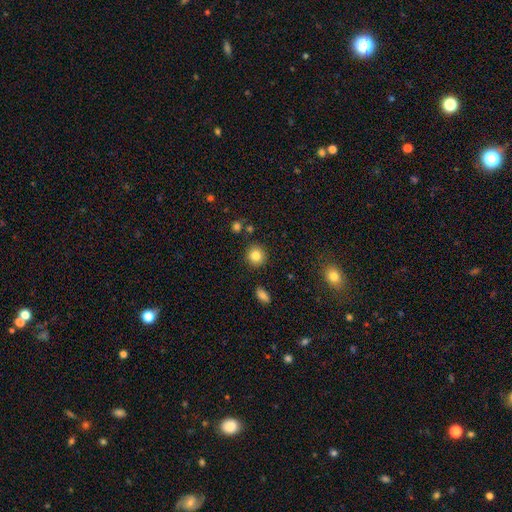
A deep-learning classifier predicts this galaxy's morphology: smooth-or-featured: smooth: 83% | star or artifact: 10% | featured or disk: 6%
  how-rounded: round: 90% | in between: 9% | cigar-shaped: 1%
  merging: none: 88% | minor disturbance: 7% | merger: 3% | major disturbance: 2%